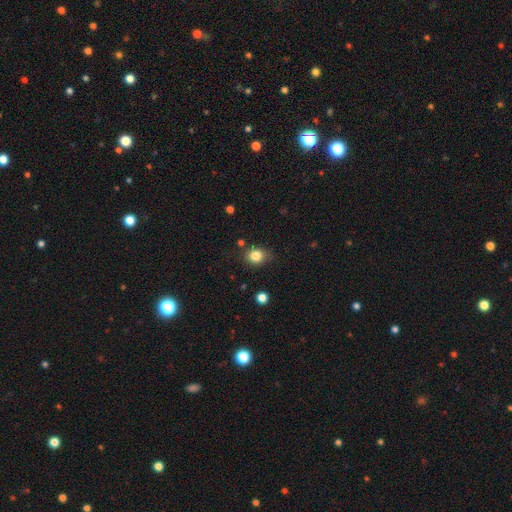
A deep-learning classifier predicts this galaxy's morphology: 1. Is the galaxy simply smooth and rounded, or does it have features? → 82% smooth, 11% star or artifact, 6% featured or disk.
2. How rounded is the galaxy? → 65% round, 34% in between, 1% cigar-shaped.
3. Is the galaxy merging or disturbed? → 74% none, 19% minor disturbance, 4% major disturbance, 3% merger.